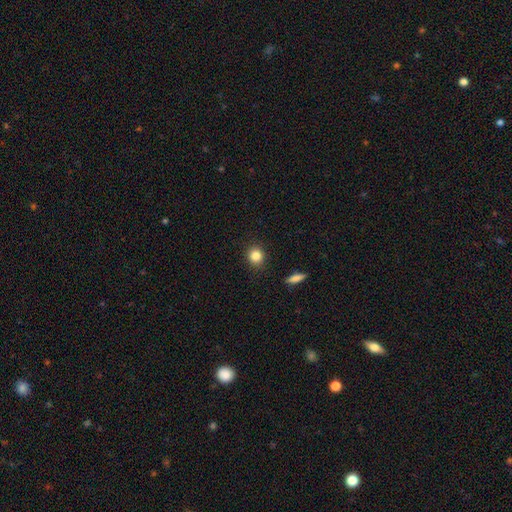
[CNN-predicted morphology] smooth-or-featured: smooth: 84% | star or artifact: 10% | featured or disk: 5%
  how-rounded: round: 86% | in between: 12% | cigar-shaped: 1%
  merging: none: 90% | minor disturbance: 6% | major disturbance: 2% | merger: 1%